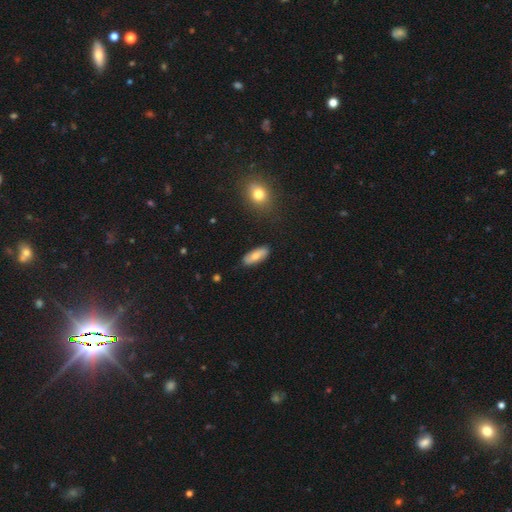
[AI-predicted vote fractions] smooth 69%, featured or disk 24%, star or artifact 6%. Down the decision tree: how rounded — in between (70%); merging — none (86%).